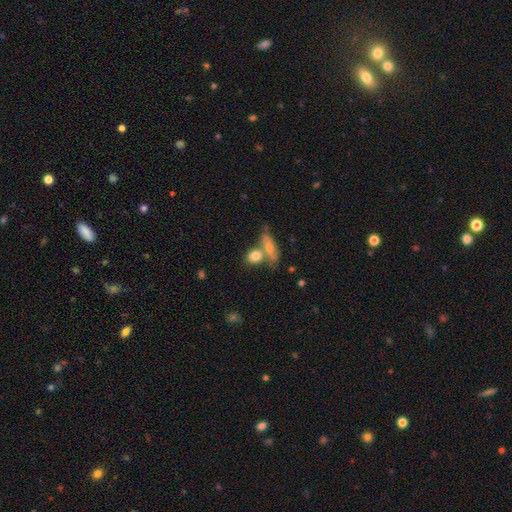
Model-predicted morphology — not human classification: Smooth or featured? Predicted: smooth (p=0.77). How rounded? Predicted: in between (p=0.49). Merging? Predicted: none (p=0.44).